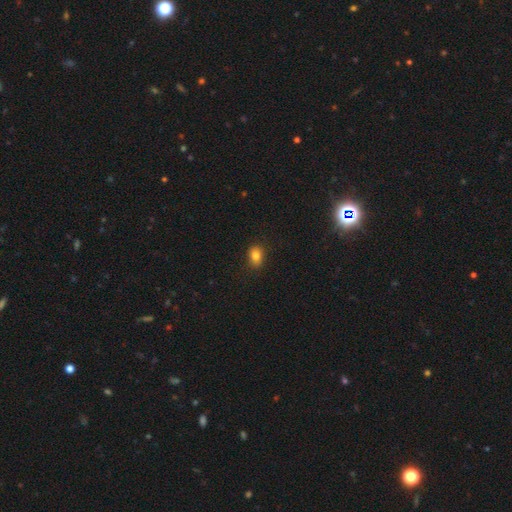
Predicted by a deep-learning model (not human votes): Smooth or featured?
  - smooth: 82% *
  - star or artifact: 11%
  - featured or disk: 7%
How rounded?
  - in between: 71% *
  - round: 28%
  - cigar-shaped: 2%
Merging?
  - none: 86% *
  - minor disturbance: 11%
  - major disturbance: 2%
  - merger: 1%